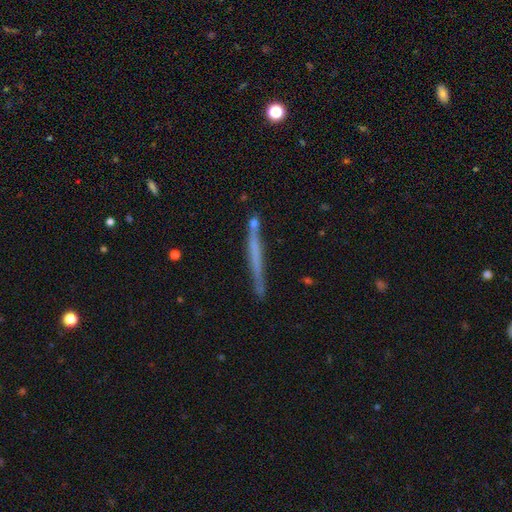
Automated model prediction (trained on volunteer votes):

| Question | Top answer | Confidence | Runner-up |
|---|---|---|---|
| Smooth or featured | featured or disk | 51% | smooth (42%) |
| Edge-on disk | yes | 95% | no (5%) |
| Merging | none | 75% | minor disturbance (14%) |